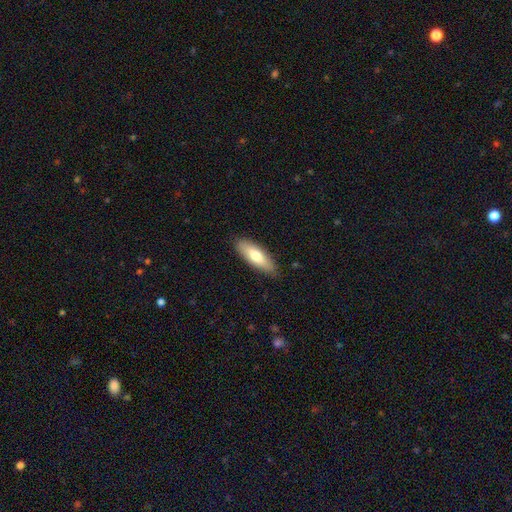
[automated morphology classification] smooth_or_featured: smooth (p=0.73) [alt: featured or disk p=0.21]
how_rounded: in between (p=0.61) [alt: cigar-shaped p=0.37]
merging: none (p=0.85) [alt: minor disturbance p=0.11]